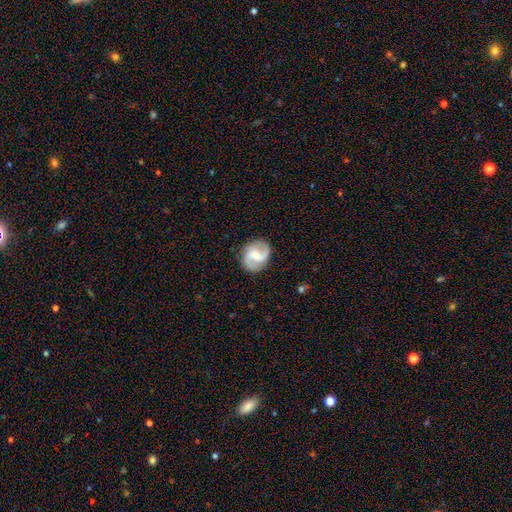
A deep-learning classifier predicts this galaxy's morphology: A featured or disk galaxy (83%) with a weak bar (54%), 2 (92%) medium (51%) spiral arms (97%) and a moderate central bulge (45%).

Vote fractions:
- Smooth or featured? featured or disk: 83% / smooth: 12% / star or artifact: 5%
- Edge-on disk? no: 98% / yes: 2%
- Bar? weak: 54% / no: 30% / strong: 16%
- Spiral arms? yes: 97% / no: 3%
- Spiral winding? medium: 51% / loose: 33% / tight: 16%
- Spiral arm count? 2: 92% / can't tell: 3% / 1: 2% / 3: 1% / 4: 1% / more than 4: 1%
- Bulge size? moderate: 45% / small: 36% / none: 11% / large: 7% / dominant: 1%
- Merging? none: 84% / minor disturbance: 11% / major disturbance: 4% / merger: 1%